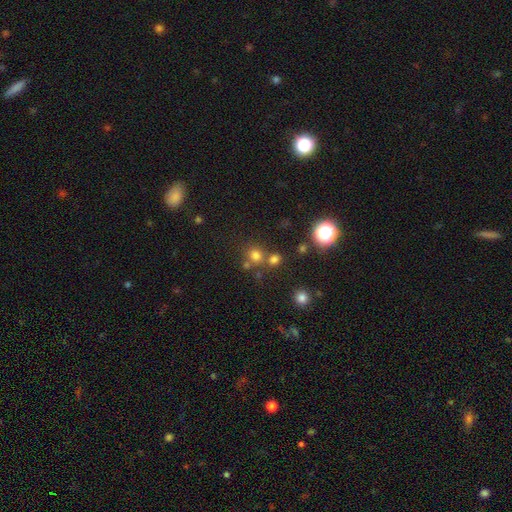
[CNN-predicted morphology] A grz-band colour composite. It shows a smooth galaxy with no disk features (71%) that is round (86%). Merging: none (63%).